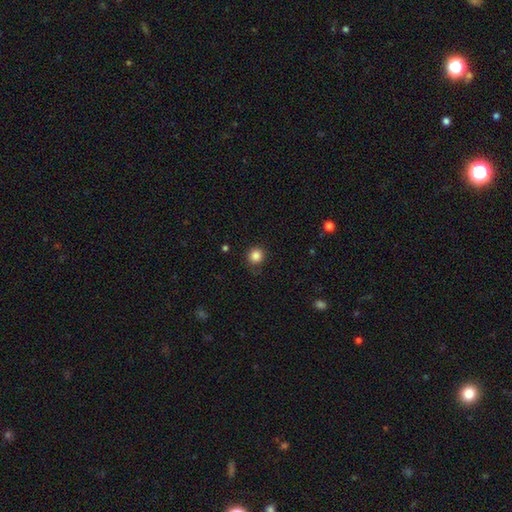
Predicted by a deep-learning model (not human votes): Smooth or featured?
  - smooth: 85% *
  - star or artifact: 11%
  - featured or disk: 3%
How rounded?
  - round: 93% *
  - in between: 6%
  - cigar-shaped: 1%
Merging?
  - none: 85% *
  - minor disturbance: 11%
  - major disturbance: 3%
  - merger: 1%